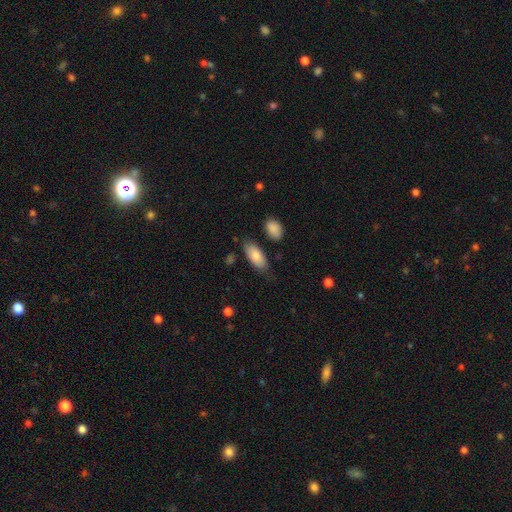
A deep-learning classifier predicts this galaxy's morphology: A smooth galaxy with no disk features (81%) that is in between round and cigar-shaped (89%).

Vote fractions:
- Smooth or featured? smooth: 81% / featured or disk: 12% / star or artifact: 6%
- How rounded? in between: 89% / cigar-shaped: 9% / round: 2%
- Merging? none: 75% / minor disturbance: 17% / merger: 4% / major disturbance: 4%